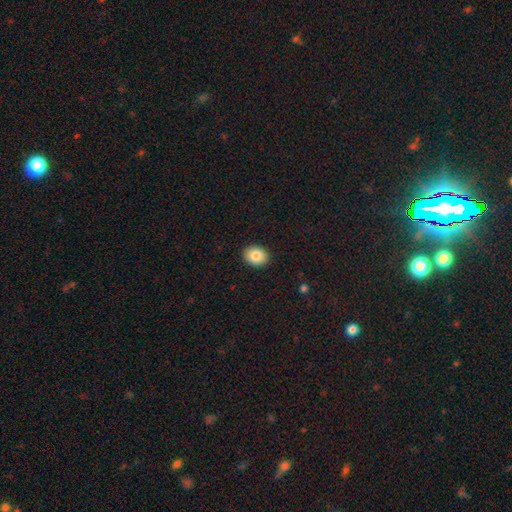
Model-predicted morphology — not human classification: smooth_or_featured: smooth (p=0.85) [alt: star or artifact p=0.08]
how_rounded: in between (p=0.53) [alt: round p=0.46]
merging: none (p=0.91) [alt: minor disturbance p=0.06]